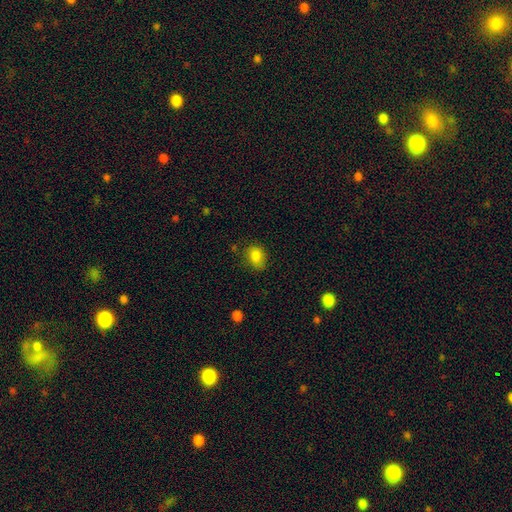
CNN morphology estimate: Smooth or featured? Predicted: smooth (p=0.83). How rounded? Predicted: in between (p=0.66). Merging? Predicted: none (p=0.70).